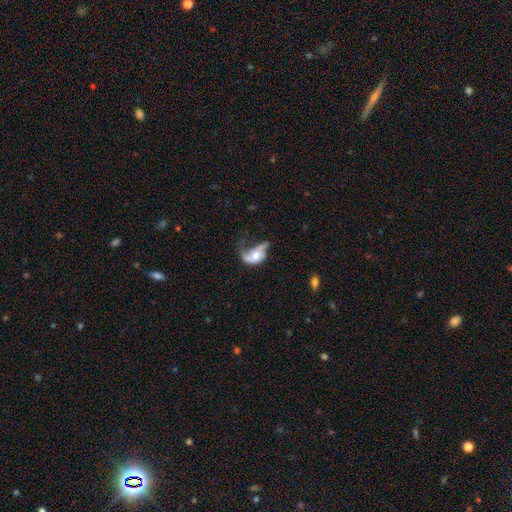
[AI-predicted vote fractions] Morphology: type=featured or disk (55%); edge-on=no (94%); bar=no (77%); spiral arms=yes (59%); bulge=moderate (63%); merging=major disturbance (45%).